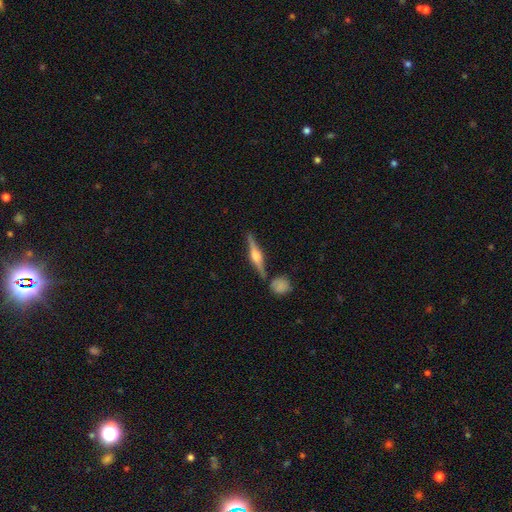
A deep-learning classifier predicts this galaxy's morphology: smooth_or_featured: featured or disk (p=0.80) [alt: smooth p=0.14]
disk_edge_on: yes (p=0.98) [alt: no p=0.02]
edge_on_bulge: rounded (p=0.89) [alt: boxy p=0.08]
merging: none (p=0.85) [alt: minor disturbance p=0.08]